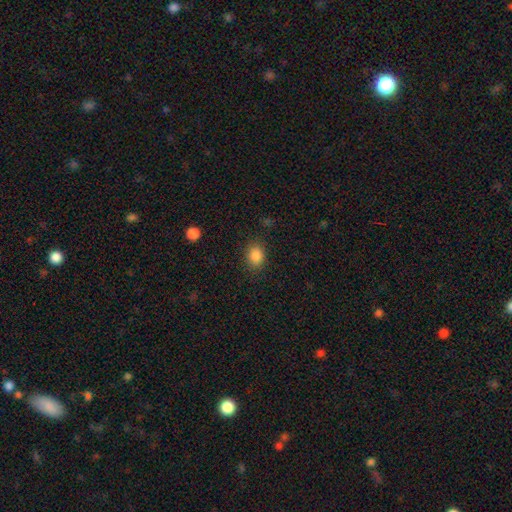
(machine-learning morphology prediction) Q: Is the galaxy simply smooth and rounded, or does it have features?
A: smooth — 86%.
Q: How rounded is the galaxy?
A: in between — 51%.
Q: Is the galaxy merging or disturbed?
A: none — 85%.